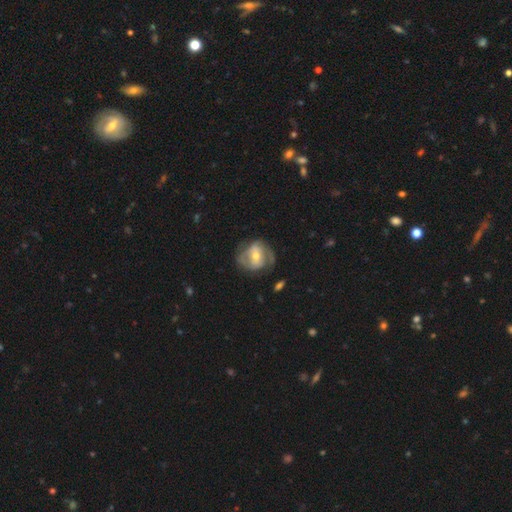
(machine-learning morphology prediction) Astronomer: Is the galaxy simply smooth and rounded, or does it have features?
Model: featured or disk — 69%.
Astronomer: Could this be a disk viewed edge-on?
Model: no — 96%.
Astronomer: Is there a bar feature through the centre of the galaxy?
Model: no — 39% (runner-up: weak, 36%).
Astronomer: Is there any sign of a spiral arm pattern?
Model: yes — 68%.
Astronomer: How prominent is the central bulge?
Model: moderate — 63%.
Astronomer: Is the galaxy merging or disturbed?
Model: none — 57%.